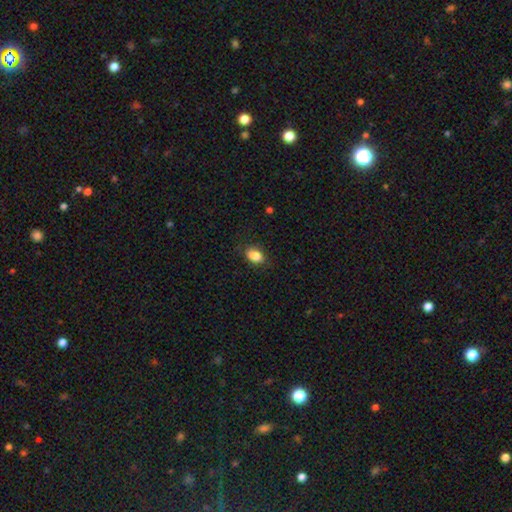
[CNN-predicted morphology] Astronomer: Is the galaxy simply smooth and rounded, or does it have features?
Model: smooth — 85%.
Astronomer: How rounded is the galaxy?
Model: in between — 81%.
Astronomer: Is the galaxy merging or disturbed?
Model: none — 79%.